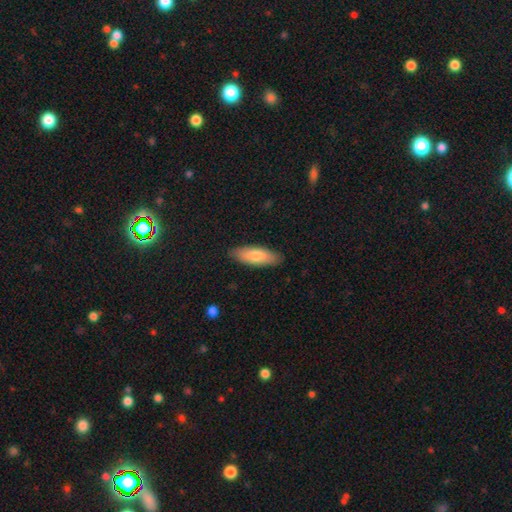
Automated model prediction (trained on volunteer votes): The model was most divided on "how rounded": in between: 65%, cigar-shaped: 33%, round: 2%. More confident: merging — none (87%); smooth or featured — smooth (76%).